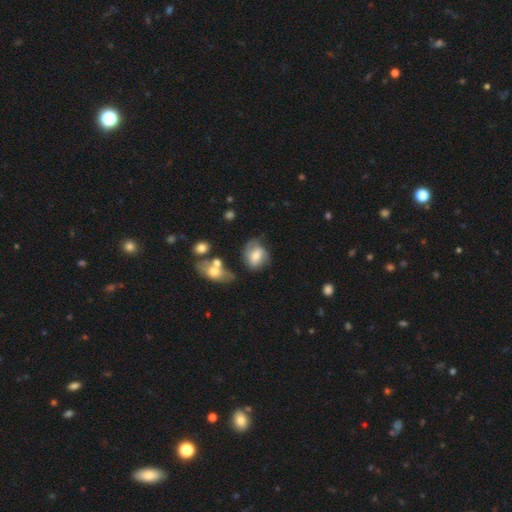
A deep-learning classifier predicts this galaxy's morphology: smooth 52%, featured or disk 39%, star or artifact 8%. Down the decision tree: how rounded — in between (56%); merging — none (56%).